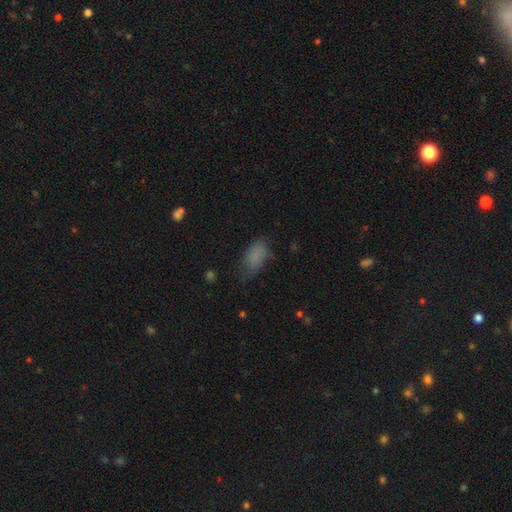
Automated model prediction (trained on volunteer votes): This is clearly a smooth galaxy (82%). How rounded: clearly in between (90%). Merging: possibly none (58%).